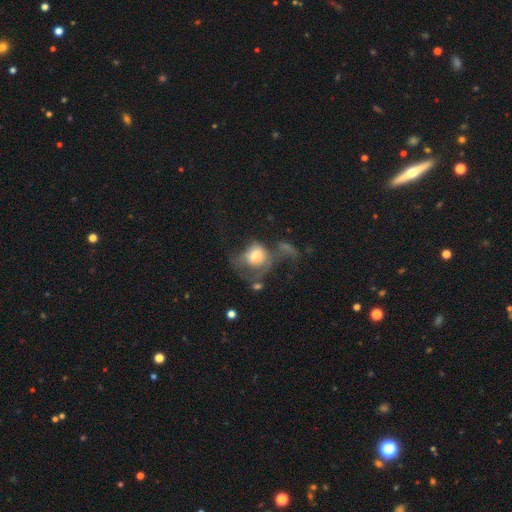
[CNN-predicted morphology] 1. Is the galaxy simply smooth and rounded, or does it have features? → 59% smooth, 31% featured or disk, 9% star or artifact.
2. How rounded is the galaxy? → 64% round, 35% in between, 1% cigar-shaped.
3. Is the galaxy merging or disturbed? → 50% major disturbance, 19% none, 16% merger, 15% minor disturbance.